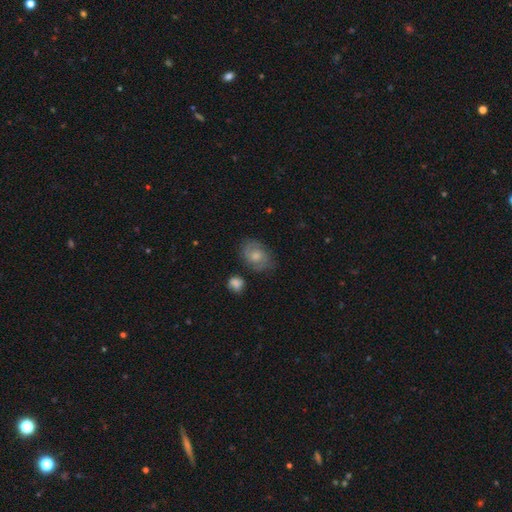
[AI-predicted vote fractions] Q: Smooth or featured?
A: featured or disk (48%); runner-up: smooth (44%)
Q: Merging?
A: none (74%); runner-up: minor disturbance (17%)